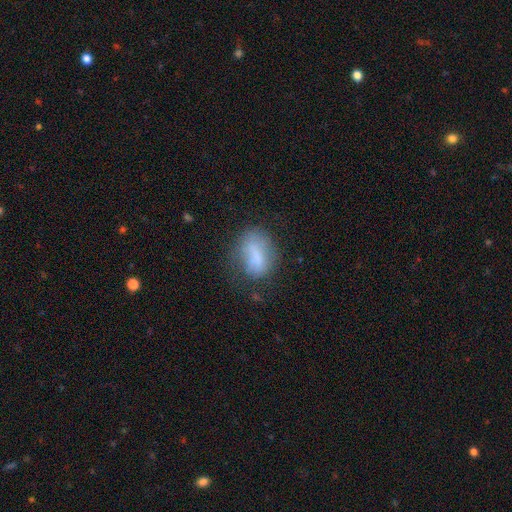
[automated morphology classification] A smooth galaxy with no disk features (68%) that is in between round and cigar-shaped (78%).

Vote fractions:
- Smooth or featured? smooth: 68% / featured or disk: 23% / star or artifact: 10%
- How rounded? in between: 78% / round: 18% / cigar-shaped: 4%
- Merging? none: 47% / minor disturbance: 29% / major disturbance: 18% / merger: 5%